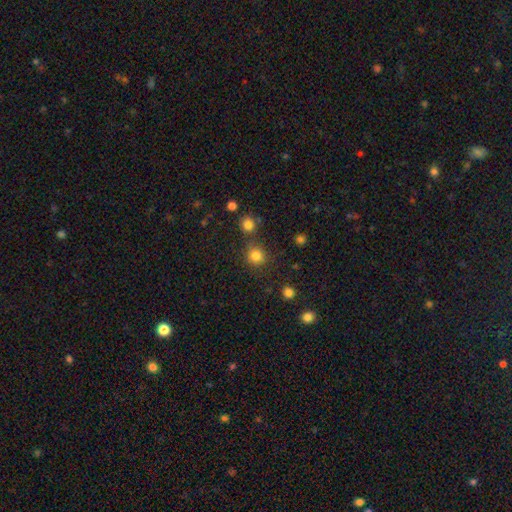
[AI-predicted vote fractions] smooth 81%, star or artifact 14%, featured or disk 5%. Down the decision tree: how rounded — round (89%); merging — none (78%).